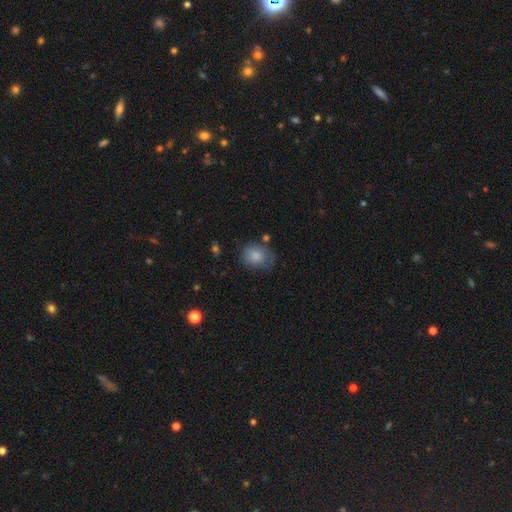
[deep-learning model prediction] A smooth galaxy with no disk features (82%) that is round (50%). Merging: none (60%).